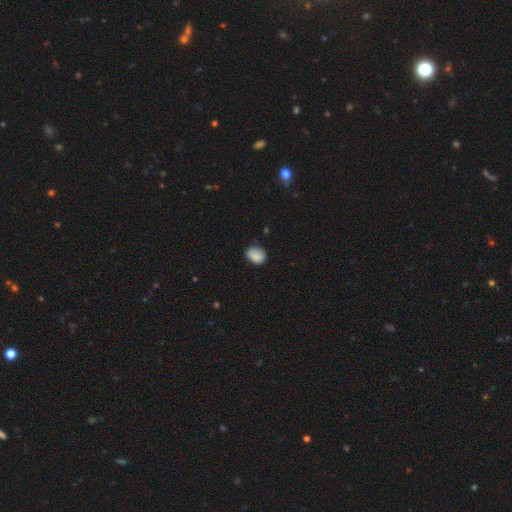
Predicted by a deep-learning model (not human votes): Smooth or featured?
  - smooth: 88% *
  - star or artifact: 8%
  - featured or disk: 4%
How rounded?
  - in between: 61% *
  - round: 38%
  - cigar-shaped: 1%
Merging?
  - none: 79% *
  - minor disturbance: 17%
  - major disturbance: 3%
  - merger: 1%